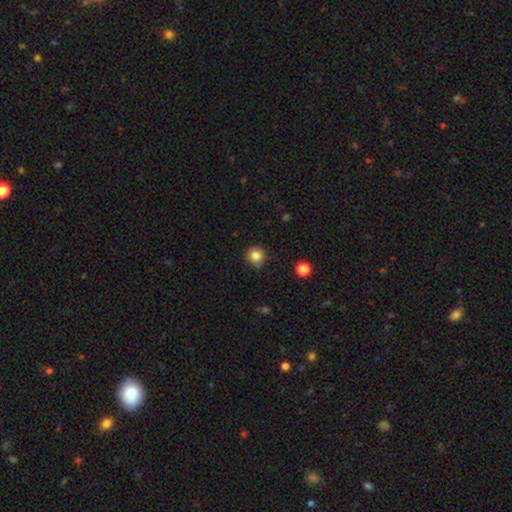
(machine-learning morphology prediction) Smooth or featured?
  - smooth: 84% *
  - star or artifact: 11%
  - featured or disk: 5%
How rounded?
  - round: 93% *
  - in between: 6%
  - cigar-shaped: 1%
Merging?
  - none: 84% *
  - minor disturbance: 11%
  - major disturbance: 2%
  - merger: 2%